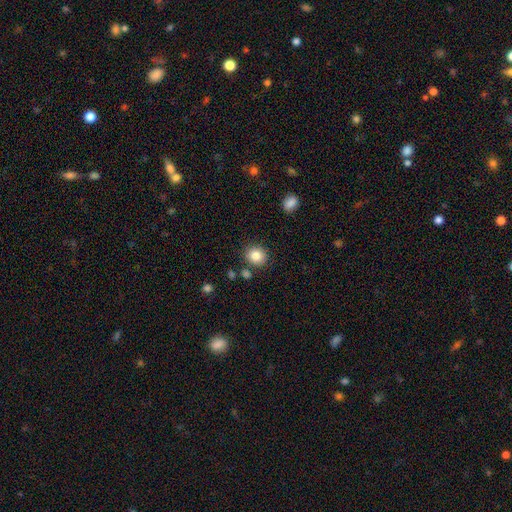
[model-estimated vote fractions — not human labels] Smooth or featured?
  - smooth: 84% *
  - star or artifact: 10%
  - featured or disk: 7%
How rounded?
  - round: 83% *
  - in between: 16%
  - cigar-shaped: 1%
Merging?
  - none: 84% *
  - minor disturbance: 8%
  - merger: 5%
  - major disturbance: 3%